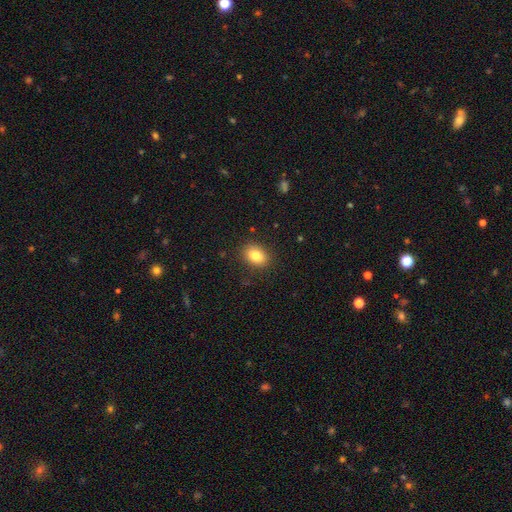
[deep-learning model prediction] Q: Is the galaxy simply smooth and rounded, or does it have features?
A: smooth — 83%.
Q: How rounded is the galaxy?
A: in between — 75%.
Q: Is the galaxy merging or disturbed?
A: none — 86%.